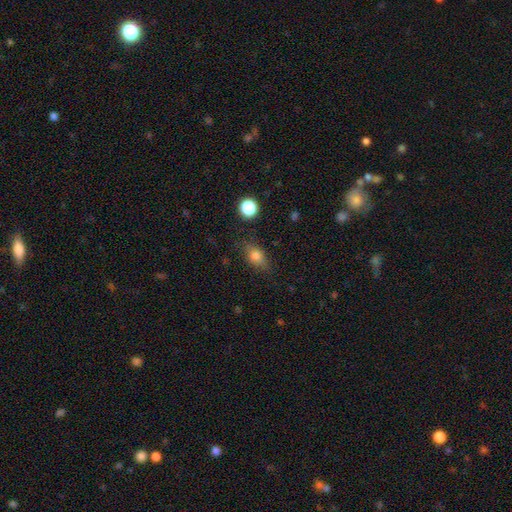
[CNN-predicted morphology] A smooth galaxy with no disk features (73%) that is in between round and cigar-shaped (69%).

Vote fractions:
- Smooth or featured? smooth: 73% / featured or disk: 16% / star or artifact: 11%
- How rounded? in between: 69% / round: 24% / cigar-shaped: 7%
- Merging? none: 75% / minor disturbance: 18% / major disturbance: 5% / merger: 2%